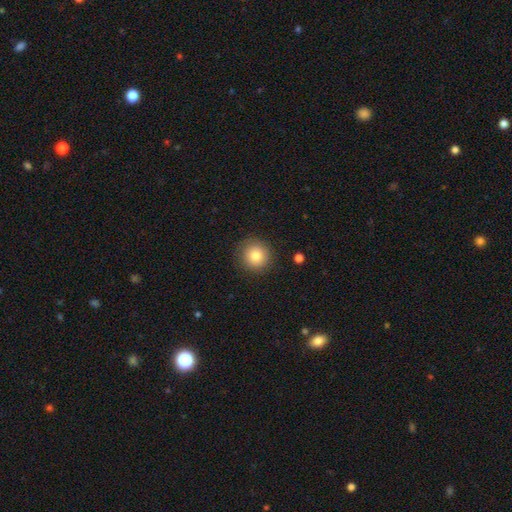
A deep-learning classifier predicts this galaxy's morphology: Overall: smooth (81%). How rounded: round (93%). Merging: none (88%).